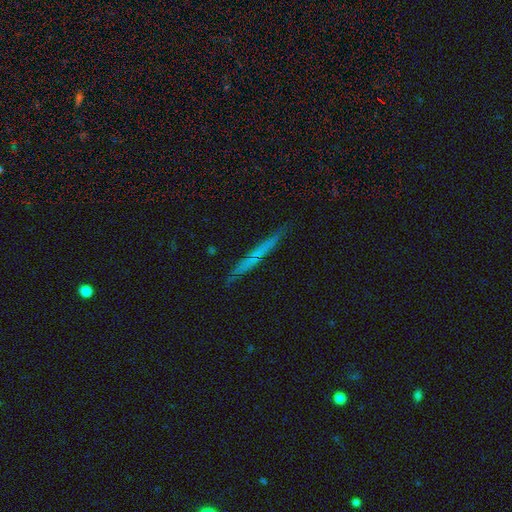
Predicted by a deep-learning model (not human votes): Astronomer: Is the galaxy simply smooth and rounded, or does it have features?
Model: smooth — 47% (runner-up: featured or disk, 44%).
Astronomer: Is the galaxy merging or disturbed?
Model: none — 87%.